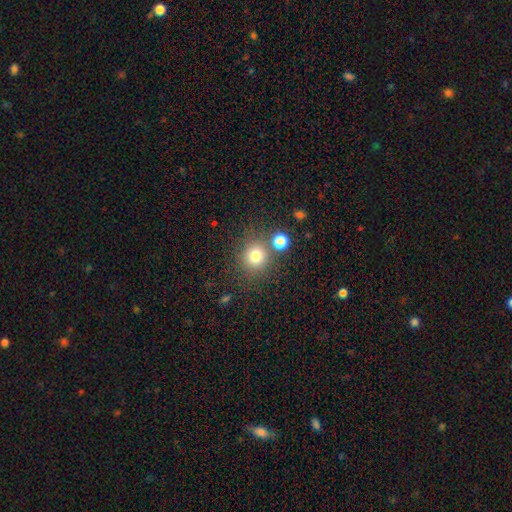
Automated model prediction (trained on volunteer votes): Smooth or featured: smooth — 77% (star or artifact — 14%)
How rounded: round — 91% (in between — 8%)
Merging: none — 74% (merger — 13%)